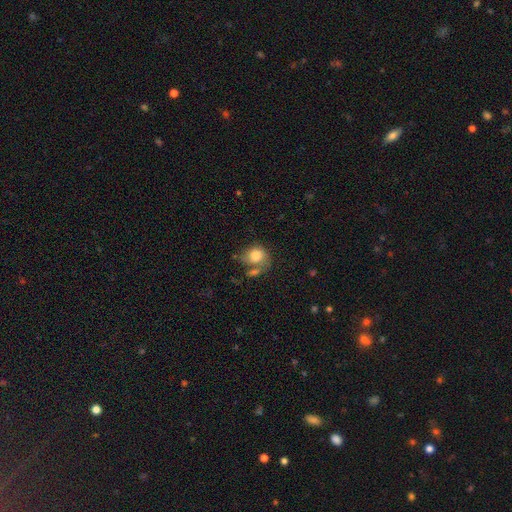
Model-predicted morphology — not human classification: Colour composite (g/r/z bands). It shows a smooth galaxy with no disk features (73%) that is round (59%). Merging: none (33%).